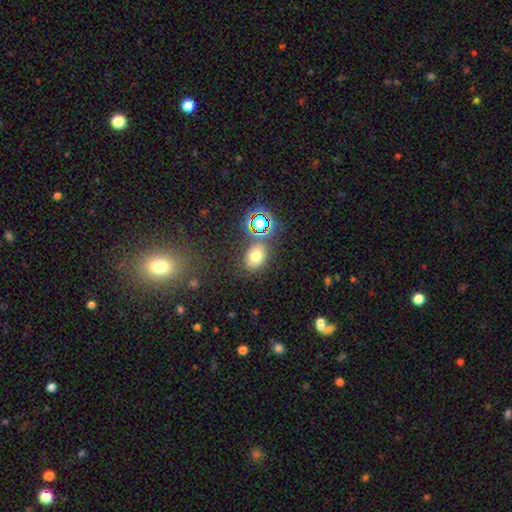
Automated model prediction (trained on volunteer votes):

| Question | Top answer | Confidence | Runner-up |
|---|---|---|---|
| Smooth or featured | smooth | 65% | star or artifact (23%) |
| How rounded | in between | 60% | round (39%) |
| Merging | none | 73% | minor disturbance (13%) |